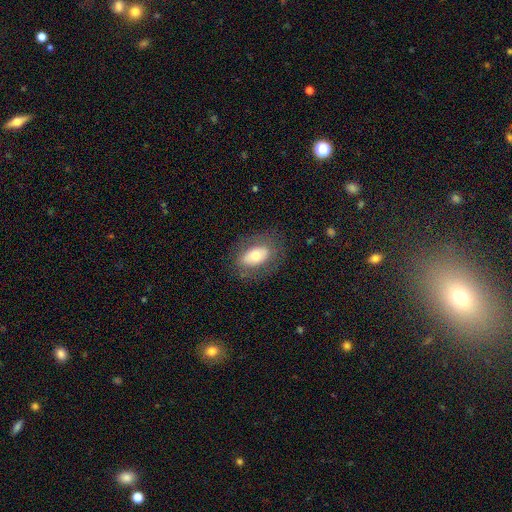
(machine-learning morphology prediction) This is likely a smooth galaxy (63%). How rounded: clearly in between (89%). Merging: likely none (76%).